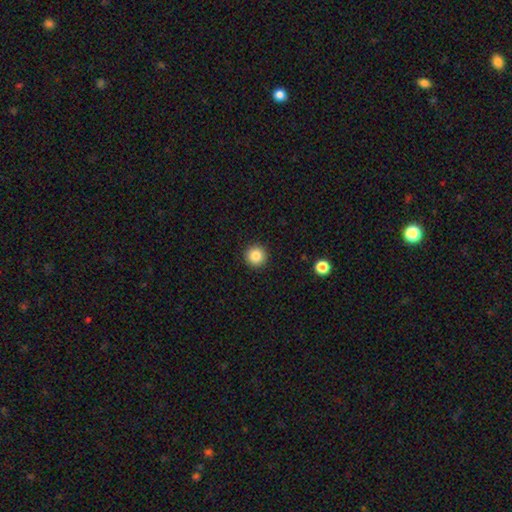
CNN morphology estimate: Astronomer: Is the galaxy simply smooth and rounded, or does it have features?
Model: smooth — 85%.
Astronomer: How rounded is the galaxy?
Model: round — 96%.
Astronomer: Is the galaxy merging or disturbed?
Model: none — 93%.